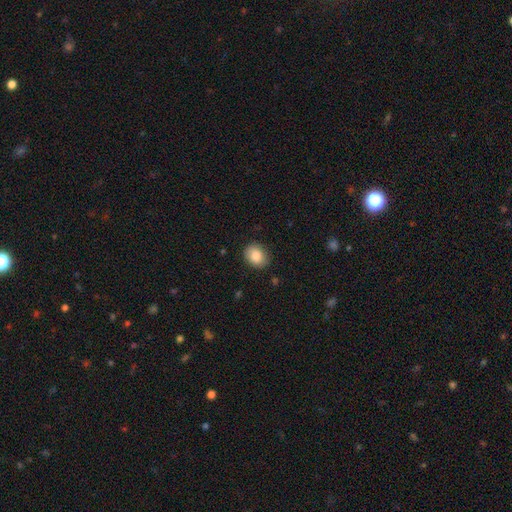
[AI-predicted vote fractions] Smooth or featured? smooth (86%)
How rounded? in between (55%)
Merging? none (85%)